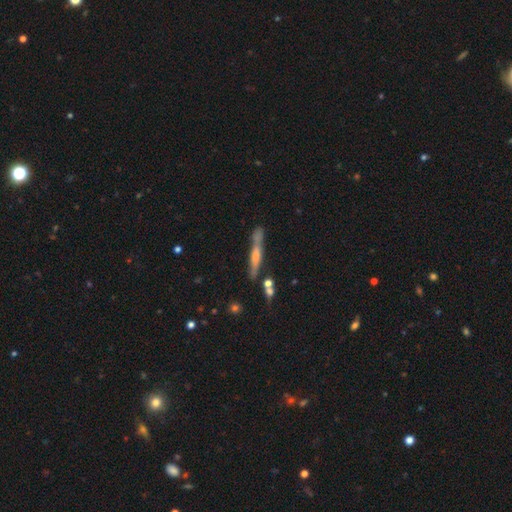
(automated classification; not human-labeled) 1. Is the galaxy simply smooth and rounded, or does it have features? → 60% featured or disk, 31% smooth, 9% star or artifact.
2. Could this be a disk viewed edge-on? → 91% yes, 9% no.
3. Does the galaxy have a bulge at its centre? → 52% rounded, 32% none, 15% boxy.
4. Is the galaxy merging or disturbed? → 71% none, 15% minor disturbance, 10% merger, 4% major disturbance.